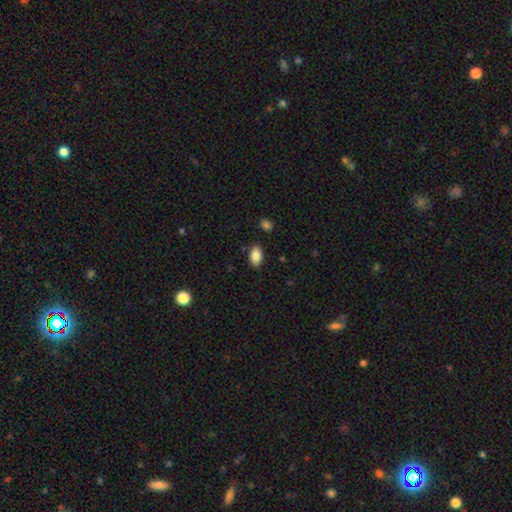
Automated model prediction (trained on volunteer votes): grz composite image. It shows a smooth galaxy with no disk features (86%) that is in between round and cigar-shaped (92%). Merging: none (87%).